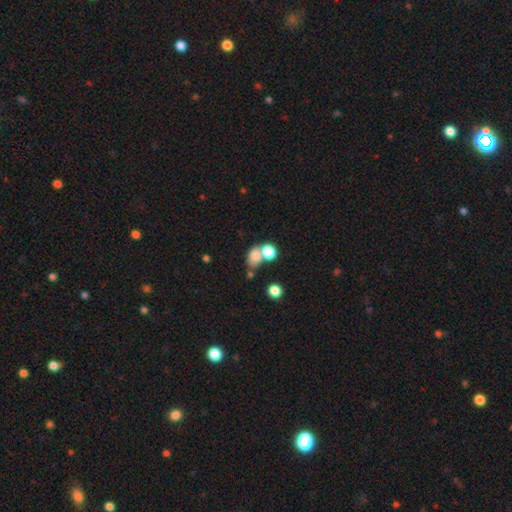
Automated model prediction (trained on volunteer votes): A smooth galaxy with no disk features (76%) that is in between round and cigar-shaped (56%). Merging: merger (49%).